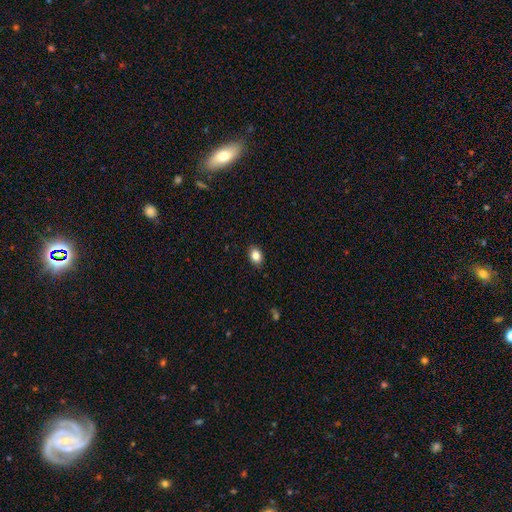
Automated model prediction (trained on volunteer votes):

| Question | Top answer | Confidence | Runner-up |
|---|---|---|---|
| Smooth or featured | smooth | 85% | star or artifact (9%) |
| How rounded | in between | 71% | round (28%) |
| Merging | none | 89% | minor disturbance (8%) |